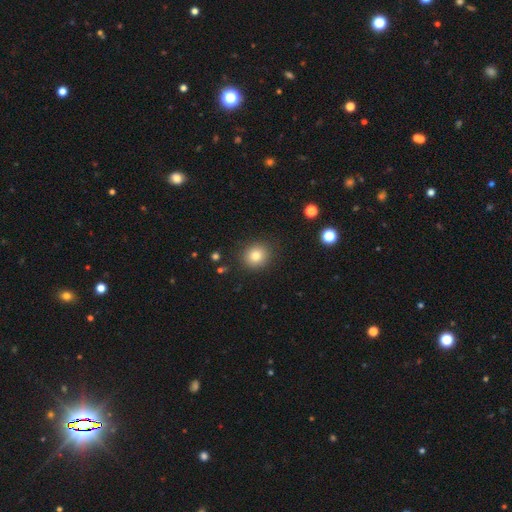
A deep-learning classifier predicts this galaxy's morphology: Overall: smooth (81%). How rounded: round (82%). Merging: none (88%).